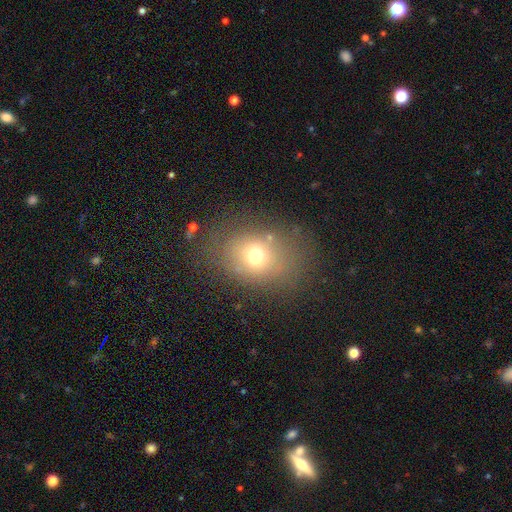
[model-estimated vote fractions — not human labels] Smooth or featured? Predicted: smooth (p=0.68). How rounded? Predicted: in between (p=0.56). Merging? Predicted: none (p=0.74).